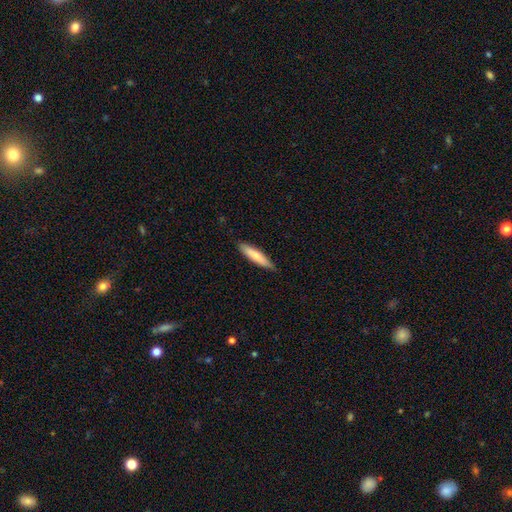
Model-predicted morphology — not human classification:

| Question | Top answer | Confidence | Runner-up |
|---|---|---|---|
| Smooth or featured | smooth | 75% | featured or disk (20%) |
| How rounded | cigar-shaped | 81% | in between (17%) |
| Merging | none | 86% | minor disturbance (11%) |